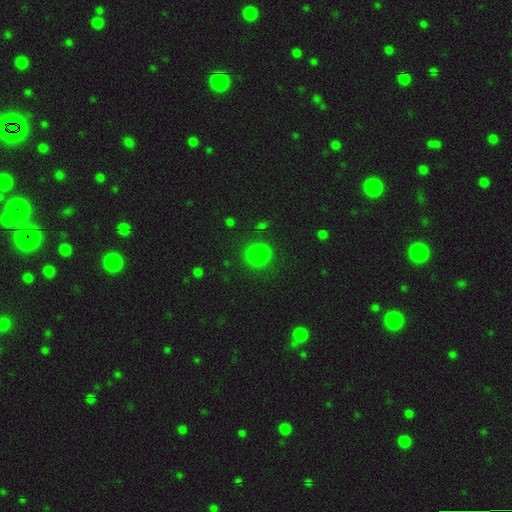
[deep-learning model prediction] The model was most divided on "merging": none: 37%, merger: 27%, minor disturbance: 20%, major disturbance: 15%. More confident: smooth or featured — smooth (75%); how rounded — round (62%).